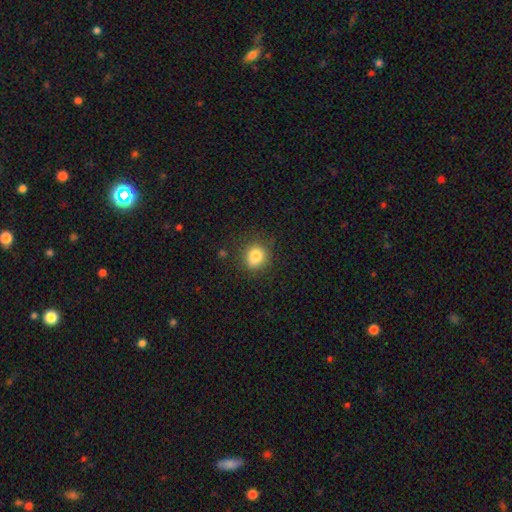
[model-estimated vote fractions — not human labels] Morphology: type=smooth (81%); roundness=round (77%); merging=none (74%).